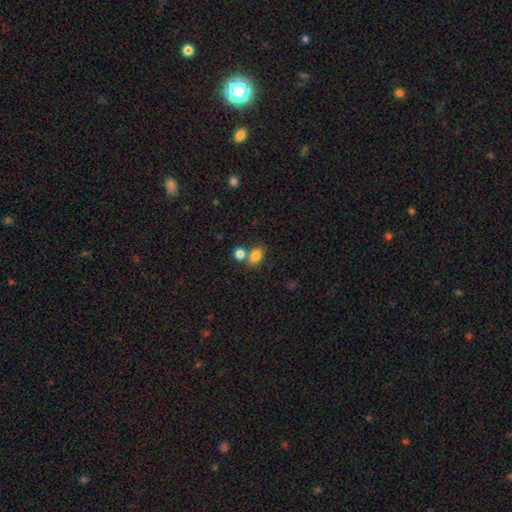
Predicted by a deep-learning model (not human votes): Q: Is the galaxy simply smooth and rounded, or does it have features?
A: smooth — 81%.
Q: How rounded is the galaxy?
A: in between — 74%.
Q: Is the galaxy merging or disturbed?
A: none — 51%.